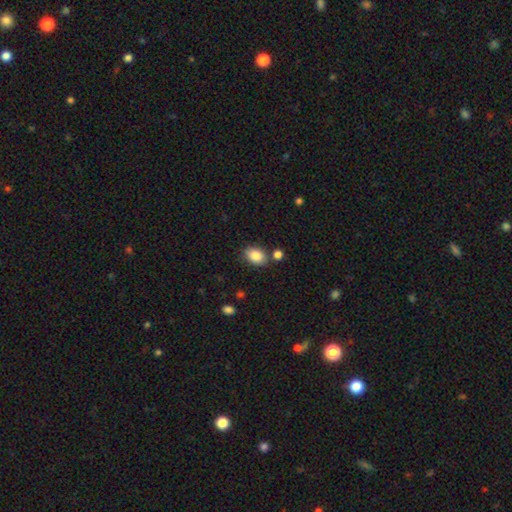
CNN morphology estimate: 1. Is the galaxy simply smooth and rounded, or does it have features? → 86% smooth, 8% star or artifact, 6% featured or disk.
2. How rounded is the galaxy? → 79% in between, 20% round, 1% cigar-shaped.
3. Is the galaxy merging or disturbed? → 76% none, 13% minor disturbance, 8% merger, 3% major disturbance.